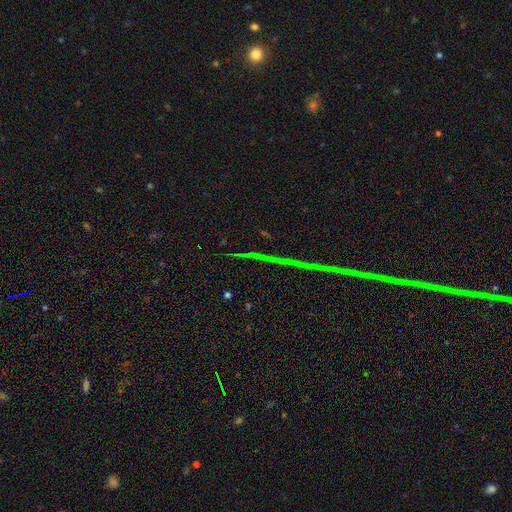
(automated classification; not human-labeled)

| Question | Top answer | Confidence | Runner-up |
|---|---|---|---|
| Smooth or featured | star or artifact | 84% | featured or disk (9%) |